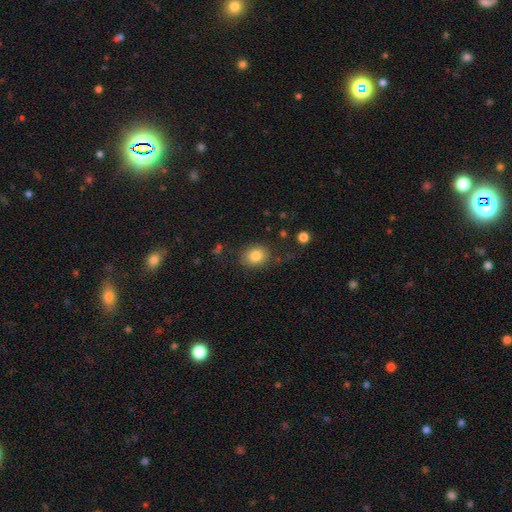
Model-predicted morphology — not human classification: smooth 82%, star or artifact 10%, featured or disk 8%. Down the decision tree: how rounded — round (57%); merging — none (80%).